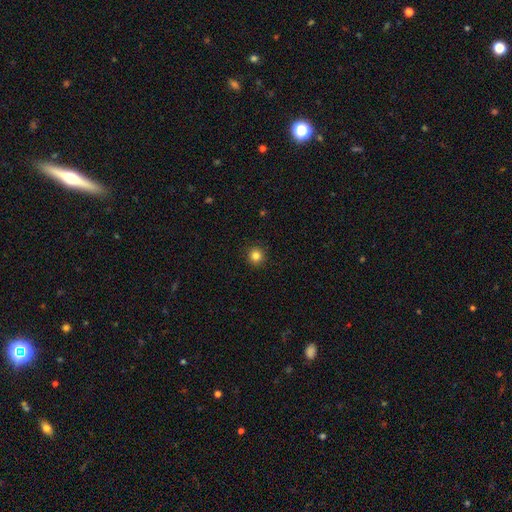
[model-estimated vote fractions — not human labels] A smooth galaxy with no disk features (84%) that is round (94%).

Vote fractions:
- Smooth or featured? smooth: 84% / star or artifact: 12% / featured or disk: 4%
- How rounded? round: 94% / in between: 5% / cigar-shaped: 1%
- Merging? none: 92% / minor disturbance: 5% / major disturbance: 2% / merger: 1%